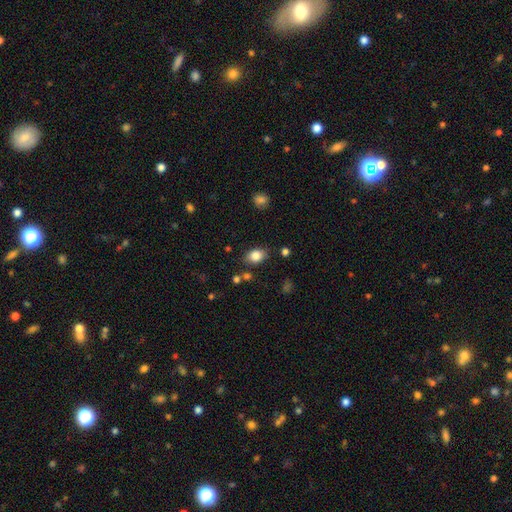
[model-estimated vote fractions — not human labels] smooth 83%, star or artifact 9%, featured or disk 8%. Down the decision tree: how rounded — in between (76%); merging — none (80%).